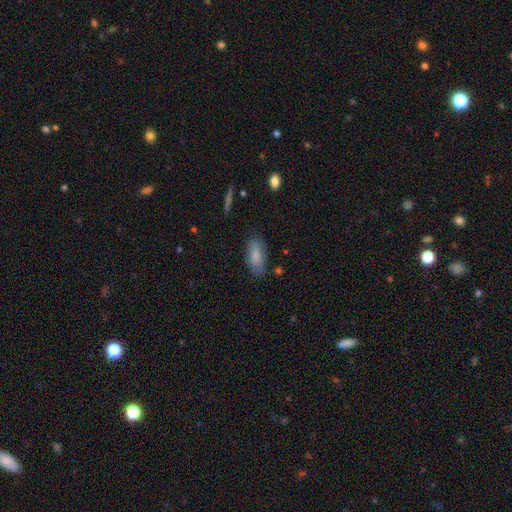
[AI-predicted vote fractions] This is likely a smooth galaxy (80%). How rounded: likely in between (79%). Merging: likely none (75%).